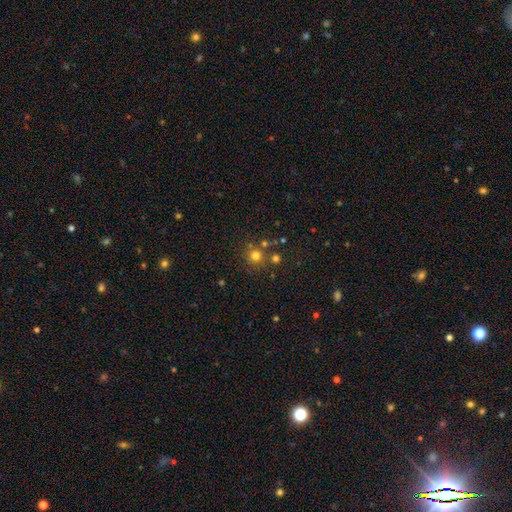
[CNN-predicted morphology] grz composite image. It shows a smooth galaxy with no disk features (72%) that is round (92%). Merging: none (73%).